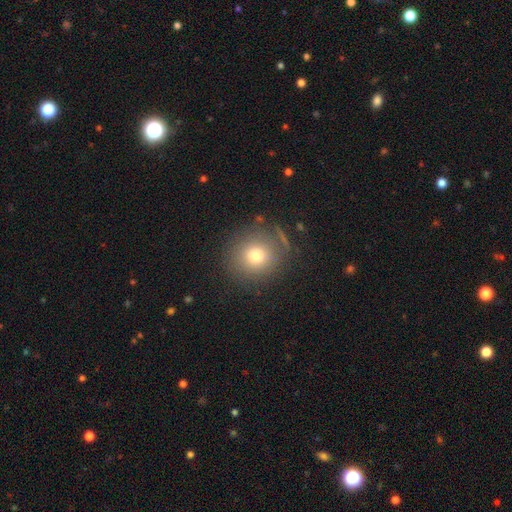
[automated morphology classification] Smooth or featured?
  - smooth: 76% *
  - star or artifact: 13%
  - featured or disk: 11%
How rounded?
  - round: 90% *
  - in between: 8%
  - cigar-shaped: 1%
Merging?
  - none: 83% *
  - minor disturbance: 10%
  - major disturbance: 4%
  - merger: 3%